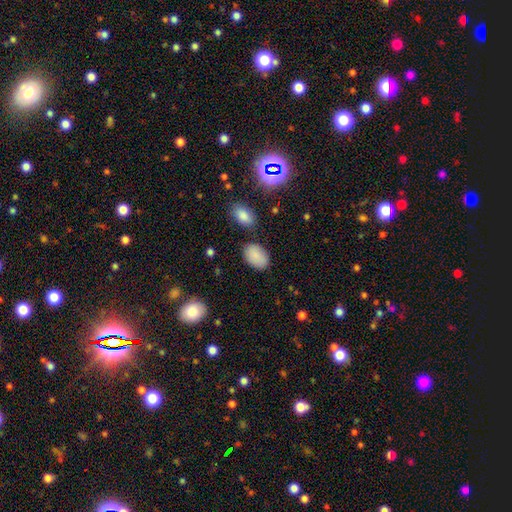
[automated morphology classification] smooth_or_featured: smooth (p=0.87) [alt: star or artifact p=0.08]
how_rounded: in between (p=0.89) [alt: round p=0.10]
merging: none (p=0.78) [alt: minor disturbance p=0.14]